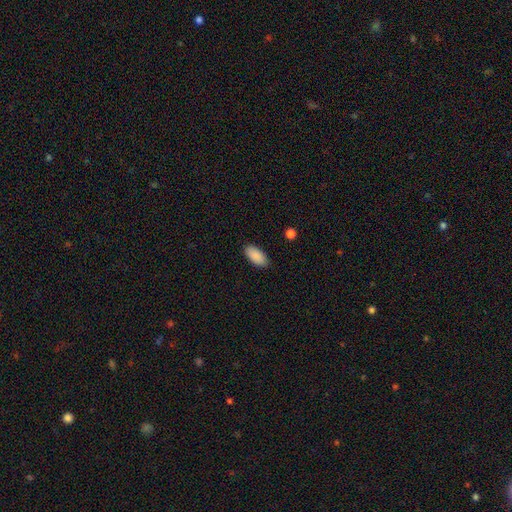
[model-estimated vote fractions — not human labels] A smooth galaxy with no disk features (90%) that is in between round and cigar-shaped (93%). Merging: none (88%).